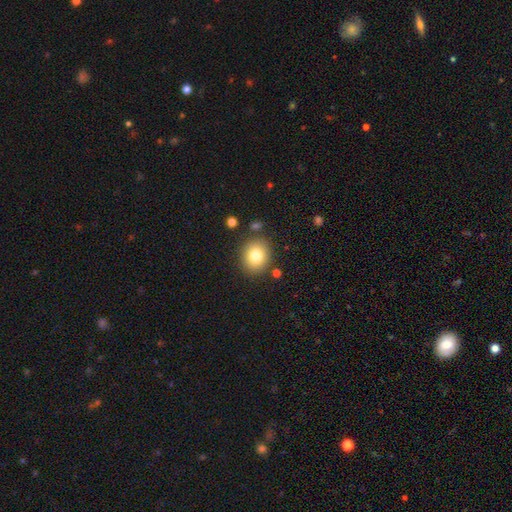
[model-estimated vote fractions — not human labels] Smooth or featured? Predicted: smooth (p=0.80). How rounded? Predicted: round (p=0.71). Merging? Predicted: none (p=0.84).